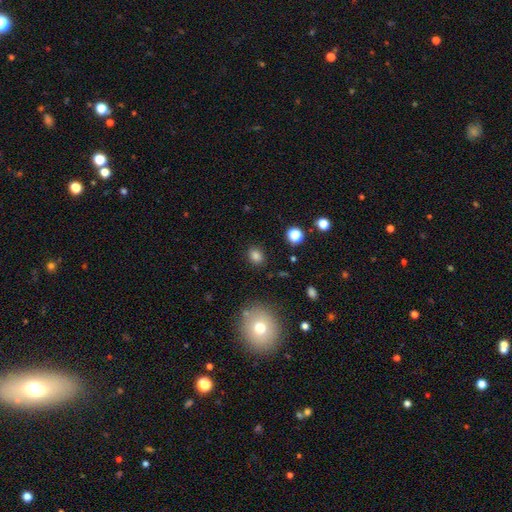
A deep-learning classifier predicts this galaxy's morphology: Smooth or featured: smooth — 82% (star or artifact — 13%)
How rounded: round — 51% (in between — 48%)
Merging: none — 86% (minor disturbance — 9%)